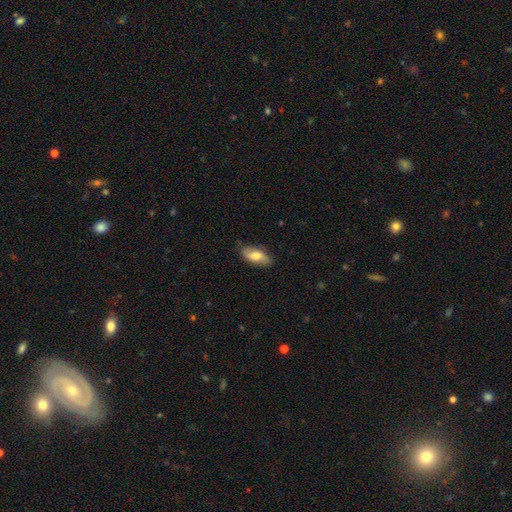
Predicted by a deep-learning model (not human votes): smooth_or_featured: smooth (p=0.61) [alt: featured or disk p=0.33]
how_rounded: in between (p=0.89) [alt: cigar-shaped p=0.08]
merging: none (p=0.78) [alt: minor disturbance p=0.17]